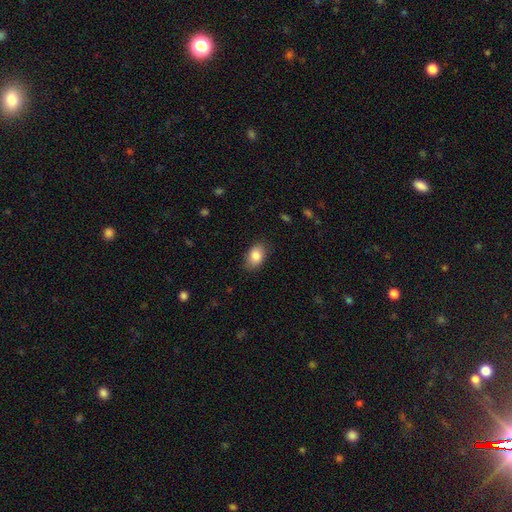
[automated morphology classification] A smooth galaxy with no disk features (85%) that is in between round and cigar-shaped (86%).

Vote fractions:
- Smooth or featured? smooth: 85% / featured or disk: 8% / star or artifact: 7%
- How rounded? in between: 86% / round: 13% / cigar-shaped: 1%
- Merging? none: 82% / minor disturbance: 14% / major disturbance: 3% / merger: 1%